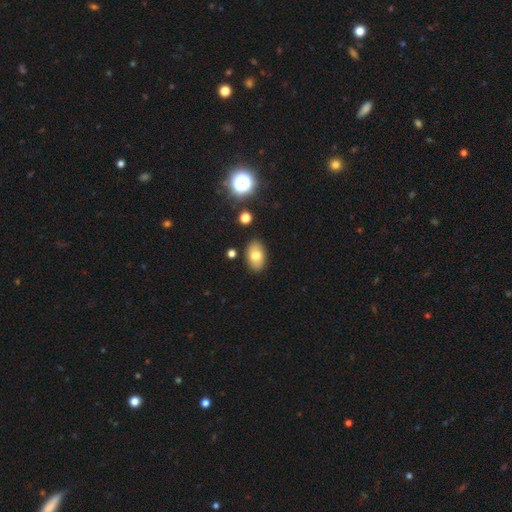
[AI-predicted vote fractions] Smooth or featured?
  - smooth: 76% *
  - featured or disk: 14%
  - star or artifact: 10%
How rounded?
  - in between: 90% *
  - round: 8%
  - cigar-shaped: 1%
Merging?
  - none: 86% *
  - minor disturbance: 10%
  - merger: 2%
  - major disturbance: 2%